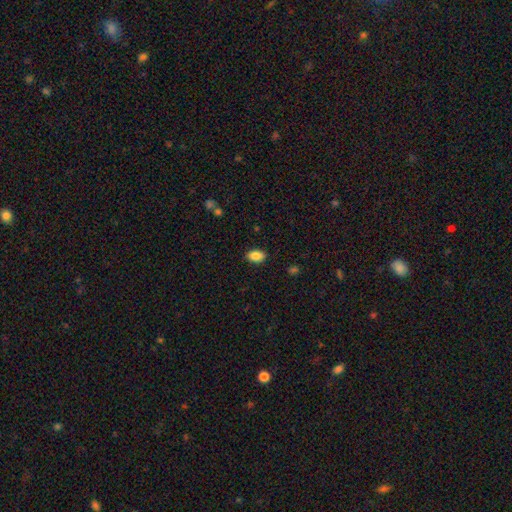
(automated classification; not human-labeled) Q: Smooth or featured?
A: smooth (86%); runner-up: star or artifact (8%)
Q: How rounded?
A: in between (90%); runner-up: round (9%)
Q: Merging?
A: none (87%); runner-up: minor disturbance (9%)